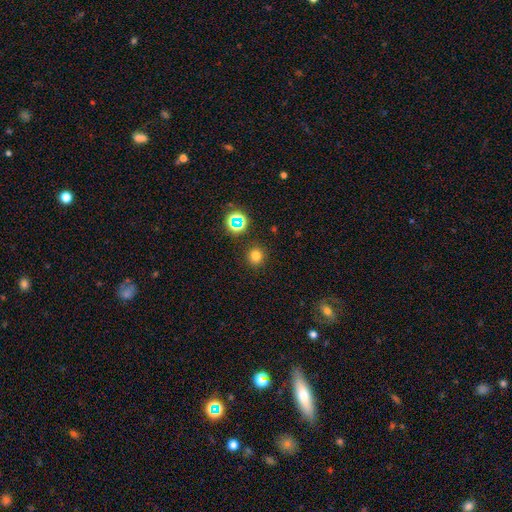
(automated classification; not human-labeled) A smooth galaxy with no disk features (75%) that is round (91%). Merging: none (90%).